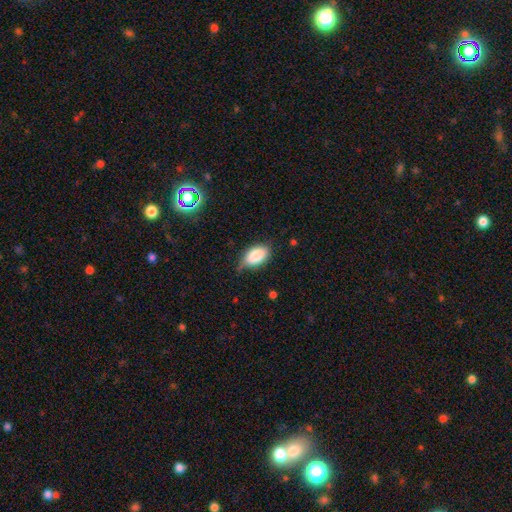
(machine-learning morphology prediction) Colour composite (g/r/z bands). It shows a smooth galaxy with no disk features (83%) that is in between round and cigar-shaped (91%). Merging: none (58%).